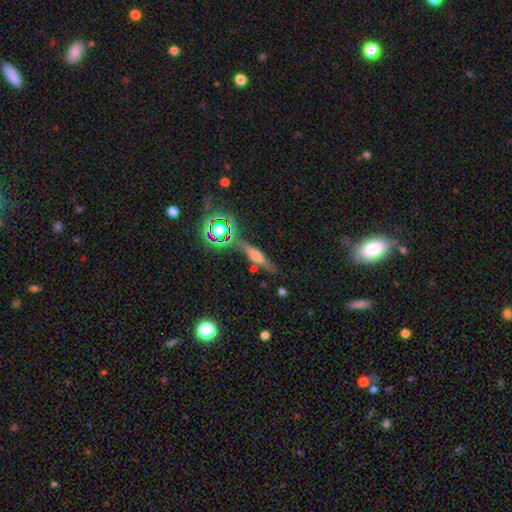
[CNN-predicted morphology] smooth-or-featured: featured or disk: 60% | smooth: 24% | star or artifact: 16%
  disk-edge-on: yes: 93% | no: 7%
    edge-on-bulge: rounded: 82% | boxy: 13% | none: 5%
  merging: none: 77% | minor disturbance: 12% | merger: 7% | major disturbance: 4%